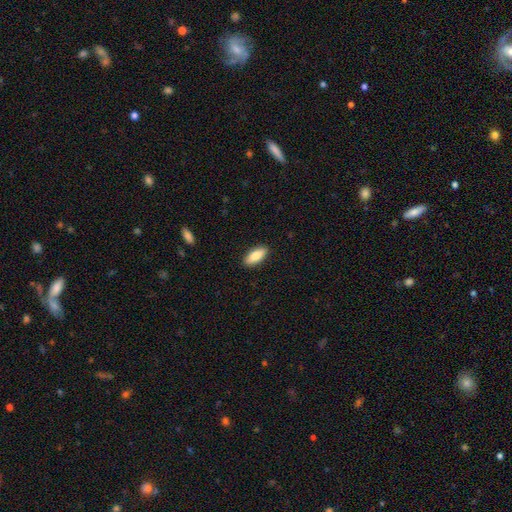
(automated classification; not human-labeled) This appears to be a smooth galaxy with no disk features (84%) that is in between round and cigar-shaped (81%). Merging: none (90%).